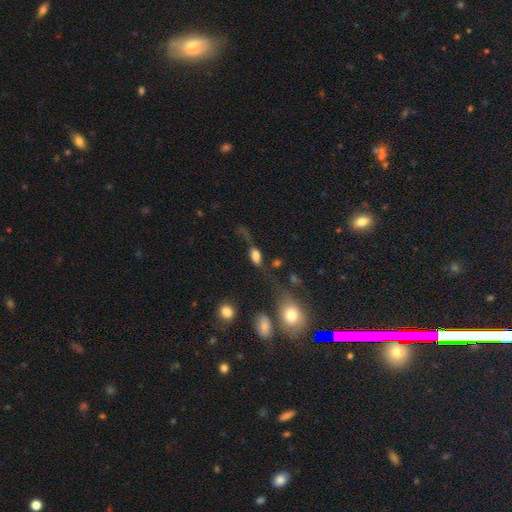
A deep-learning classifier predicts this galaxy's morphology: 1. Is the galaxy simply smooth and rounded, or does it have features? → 45% featured or disk, 44% smooth, 11% star or artifact.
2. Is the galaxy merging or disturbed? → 37% none, 34% major disturbance, 18% minor disturbance, 10% merger.